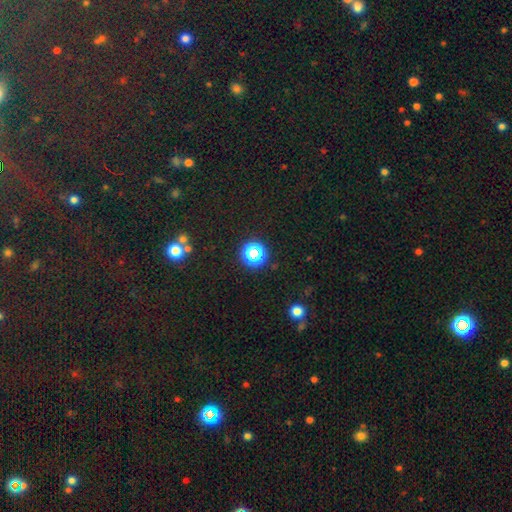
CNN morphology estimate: This appears to be a smooth galaxy with no disk features (48%). Merging: none (85%).